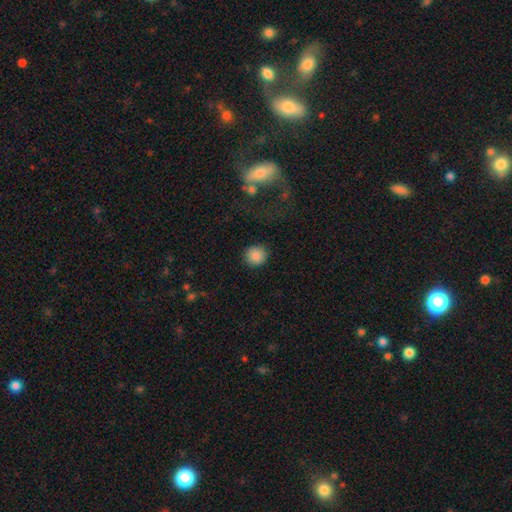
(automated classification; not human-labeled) A smooth galaxy with no disk features (87%) that is round (92%). Merging: none (90%).